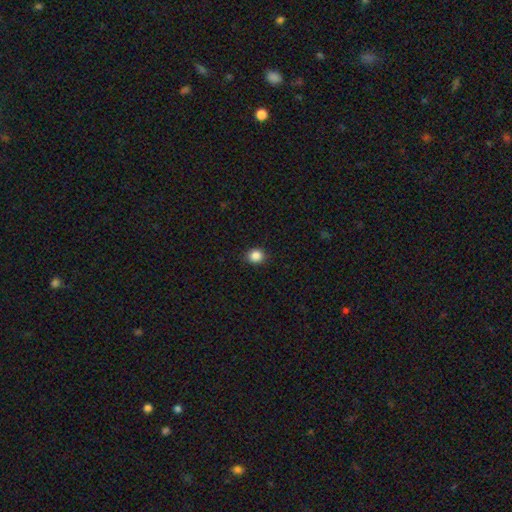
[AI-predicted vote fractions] A smooth galaxy with no disk features (86%) that is round (80%).

Vote fractions:
- Smooth or featured? smooth: 86% / star or artifact: 10% / featured or disk: 4%
- How rounded? round: 80% / in between: 19% / cigar-shaped: 1%
- Merging? none: 91% / minor disturbance: 6% / major disturbance: 2% / merger: 1%